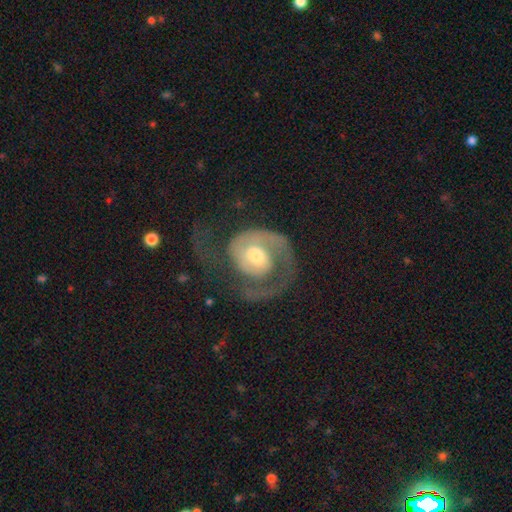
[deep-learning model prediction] The model was most divided on "merging": none: 42%, major disturbance: 40%, minor disturbance: 15%, merger: 2%. Remaining: edge-on disk — no (98%); spiral arms — yes (90%); smooth or featured — featured or disk (81%); bar — no (64%); bulge size — moderate (63%); spiral arm count — 1 (63%); spiral winding — tight (44%).